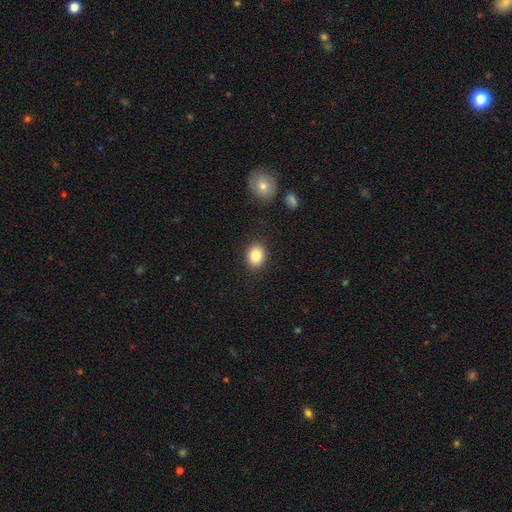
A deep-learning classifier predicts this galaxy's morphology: A smooth galaxy with no disk features (83%) that is round (50%).

Vote fractions:
- Smooth or featured? smooth: 83% / star or artifact: 9% / featured or disk: 8%
- How rounded? round: 50% / in between: 49% / cigar-shaped: 1%
- Merging? none: 88% / minor disturbance: 8% / major disturbance: 2% / merger: 2%